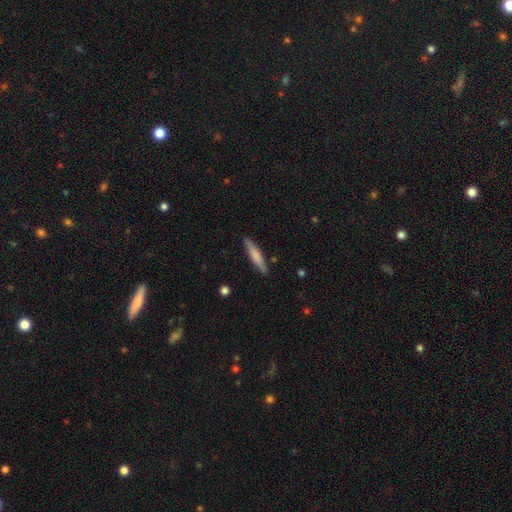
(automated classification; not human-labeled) smooth-or-featured: smooth: 64% | featured or disk: 31% | star or artifact: 6%
  how-rounded: cigar-shaped: 88% | in between: 10% | round: 1%
  merging: none: 87% | minor disturbance: 10% | major disturbance: 2% | merger: 2%